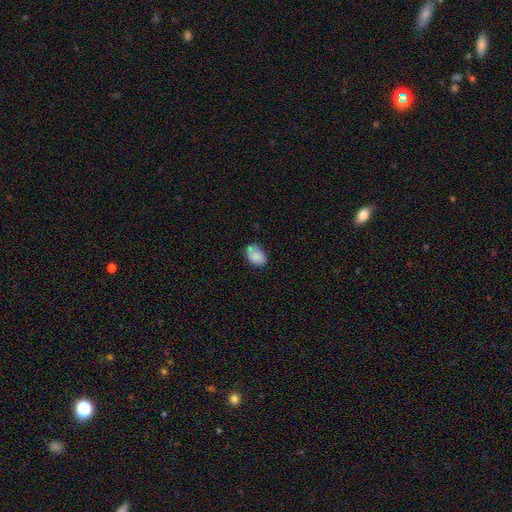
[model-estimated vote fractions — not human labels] The model was most divided on "merging": none: 59%, minor disturbance: 30%, major disturbance: 7%, merger: 4%. More confident: how rounded — in between (83%); smooth or featured — smooth (81%).